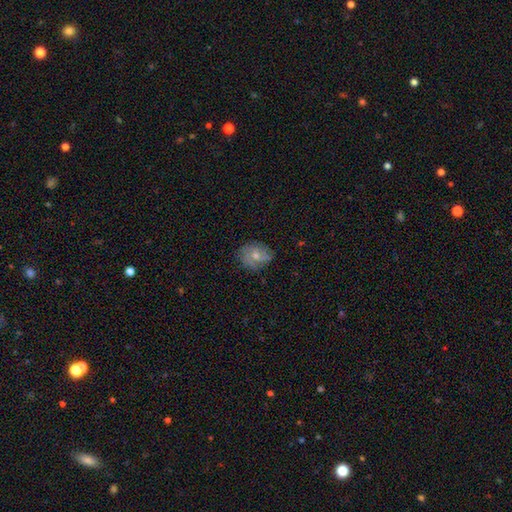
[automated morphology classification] Q: Smooth or featured?
A: smooth (52%); runner-up: featured or disk (39%)
Q: How rounded?
A: round (56%); runner-up: in between (43%)
Q: Merging?
A: none (68%); runner-up: minor disturbance (23%)